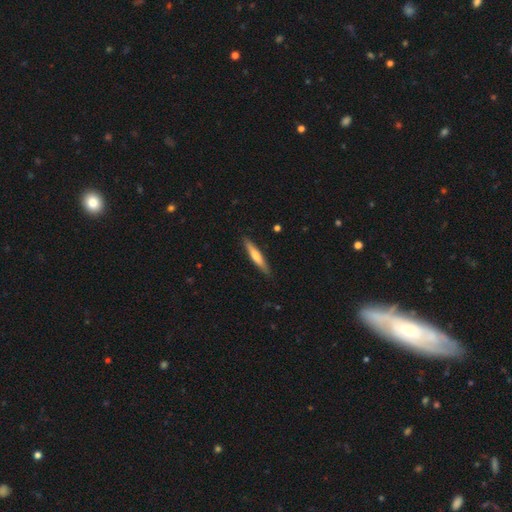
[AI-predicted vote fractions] A smooth galaxy with no disk features (55%) that is cigar-shaped (91%).

Vote fractions:
- Smooth or featured? smooth: 55% / featured or disk: 40% / star or artifact: 5%
- How rounded? cigar-shaped: 91% / in between: 8% / round: 1%
- Merging? none: 89% / minor disturbance: 9% / major disturbance: 2% / merger: 1%